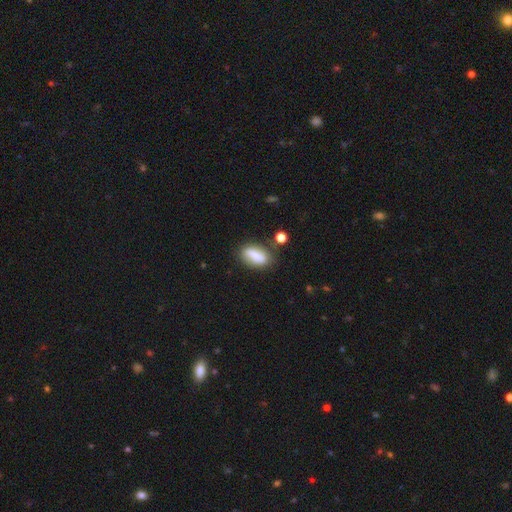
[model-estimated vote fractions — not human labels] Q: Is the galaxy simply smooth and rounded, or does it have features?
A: smooth — 78%.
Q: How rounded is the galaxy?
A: in between — 77%.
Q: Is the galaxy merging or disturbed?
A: none — 64%.